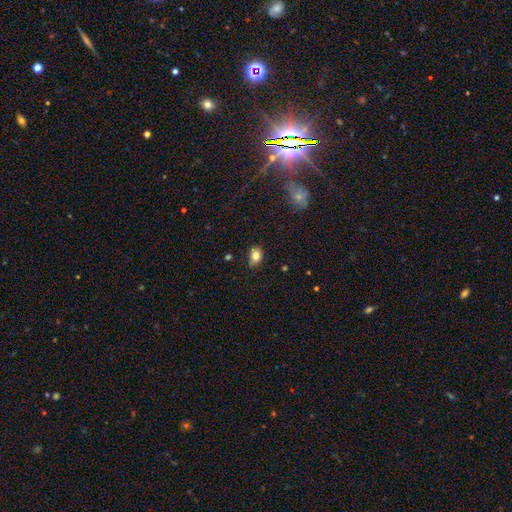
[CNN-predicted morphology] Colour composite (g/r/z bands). It shows a smooth galaxy with no disk features (80%) that is in between round and cigar-shaped (58%). Merging: none (67%).